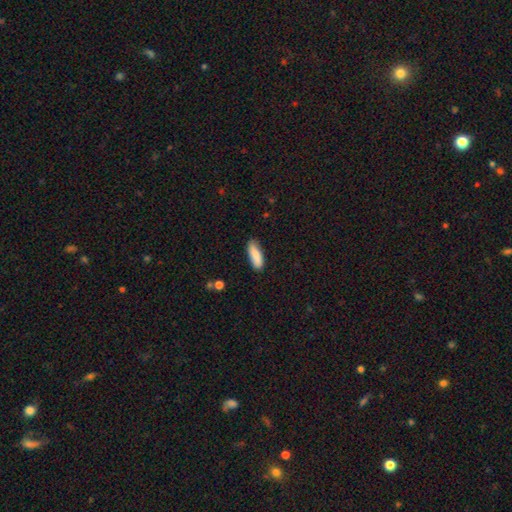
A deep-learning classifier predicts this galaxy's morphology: Q: Smooth or featured?
A: smooth (87%); runner-up: featured or disk (7%)
Q: How rounded?
A: in between (60%); runner-up: cigar-shaped (39%)
Q: Merging?
A: none (83%); runner-up: minor disturbance (14%)